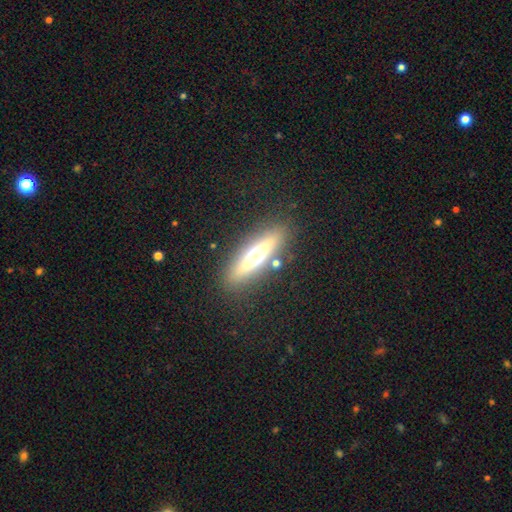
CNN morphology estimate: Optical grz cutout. It shows a featured or disk galaxy (51%) viewed edge-on (86%). Merging: none (84%).